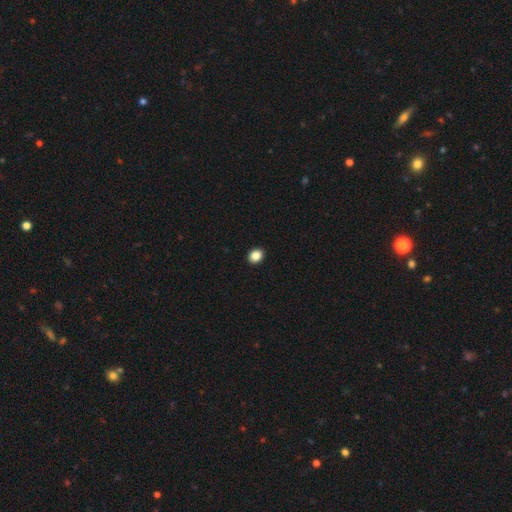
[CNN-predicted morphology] Smooth or featured?
  - smooth: 87% *
  - star or artifact: 10%
  - featured or disk: 4%
How rounded?
  - round: 53% *
  - in between: 46%
  - cigar-shaped: 1%
Merging?
  - none: 93% *
  - minor disturbance: 5%
  - major disturbance: 1%
  - merger: 1%